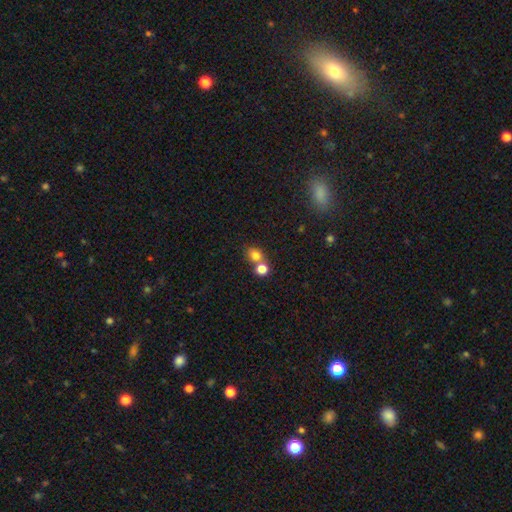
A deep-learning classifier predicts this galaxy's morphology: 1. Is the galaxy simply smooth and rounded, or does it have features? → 78% smooth, 13% star or artifact, 8% featured or disk.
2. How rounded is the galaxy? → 66% round, 33% in between, 1% cigar-shaped.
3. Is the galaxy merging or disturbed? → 48% none, 41% merger, 8% minor disturbance, 3% major disturbance.